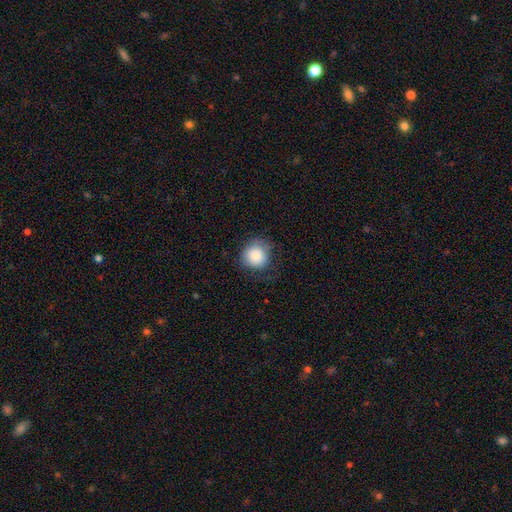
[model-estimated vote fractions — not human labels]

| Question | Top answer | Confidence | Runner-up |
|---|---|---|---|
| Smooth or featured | smooth | 85% | star or artifact (8%) |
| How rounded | round | 88% | in between (11%) |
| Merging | none | 70% | minor disturbance (21%) |